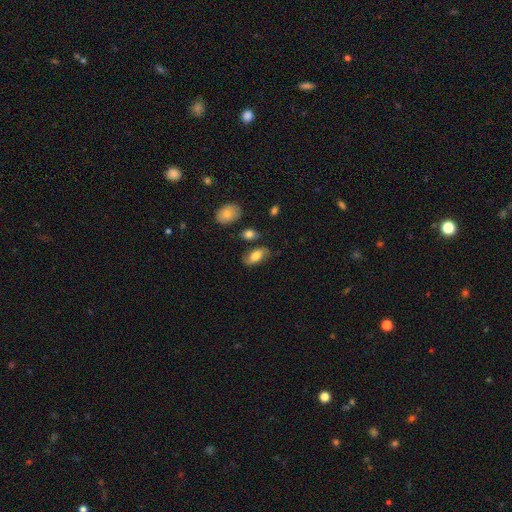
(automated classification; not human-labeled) A smooth galaxy with no disk features (58%) that is in between round and cigar-shaped (90%).

Vote fractions:
- Smooth or featured? smooth: 58% / featured or disk: 34% / star or artifact: 8%
- How rounded? in between: 90% / round: 6% / cigar-shaped: 4%
- Merging? none: 70% / minor disturbance: 20% / major disturbance: 7% / merger: 4%